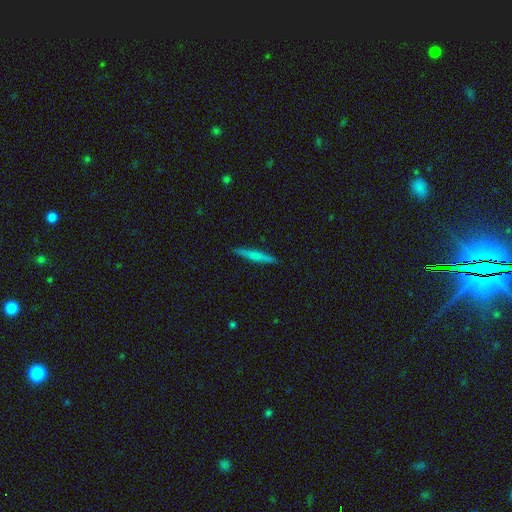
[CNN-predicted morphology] The model was most divided on "smooth or featured": smooth: 60%, featured or disk: 34%, star or artifact: 6%. More confident: how rounded — cigar-shaped (95%); merging — none (91%).